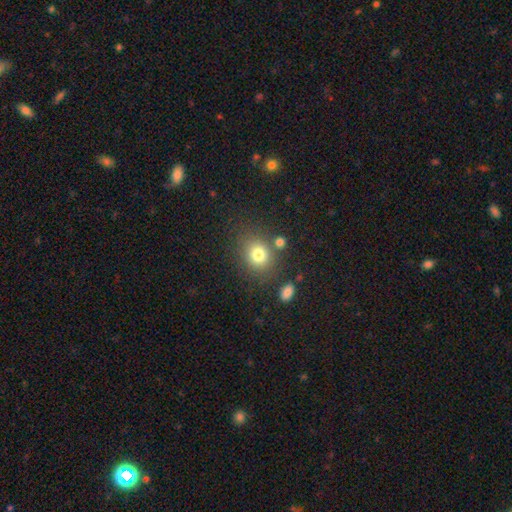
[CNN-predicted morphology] This appears to be a smooth galaxy with no disk features (77%) that is round (68%). Merging: none (78%).